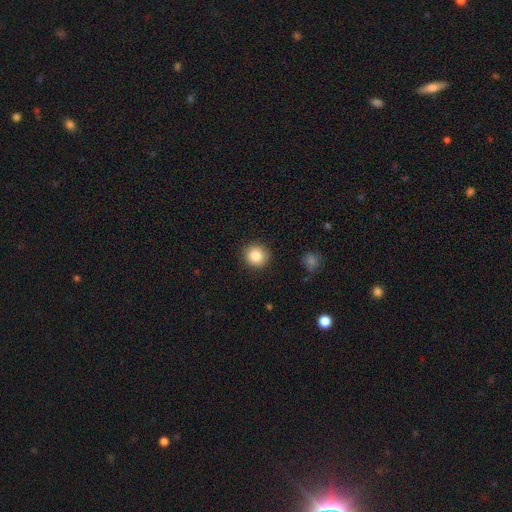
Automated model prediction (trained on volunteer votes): smooth_or_featured: smooth (p=0.85) [alt: star or artifact p=0.10]
how_rounded: round (p=0.92) [alt: in between p=0.07]
merging: none (p=0.90) [alt: minor disturbance p=0.06]